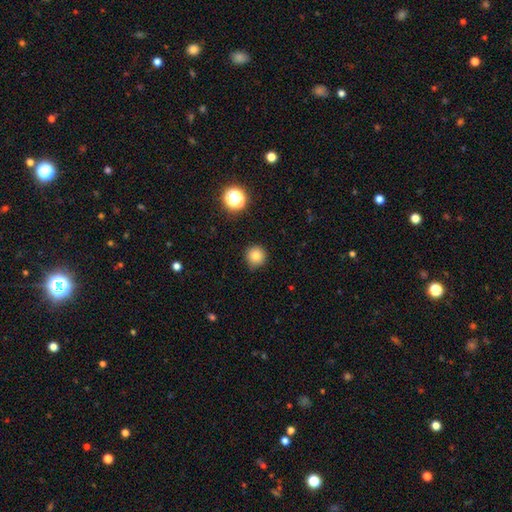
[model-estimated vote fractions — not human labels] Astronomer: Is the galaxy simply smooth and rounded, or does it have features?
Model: smooth — 81%.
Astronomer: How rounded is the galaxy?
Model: round — 95%.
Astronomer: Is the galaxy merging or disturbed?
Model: none — 87%.